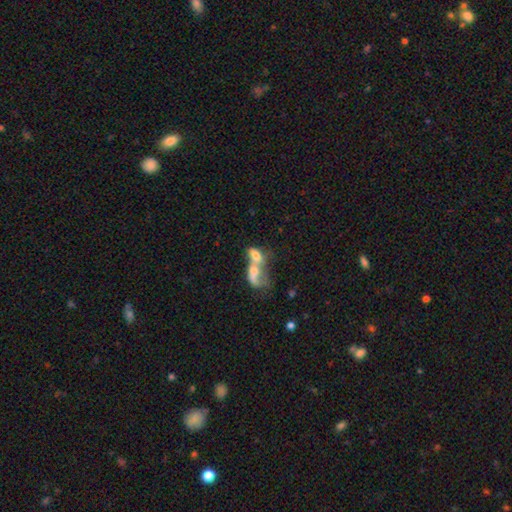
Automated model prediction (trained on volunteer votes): smooth 56%, featured or disk 34%, star or artifact 10%. Down the decision tree: how rounded — in between (78%); merging — merger (80%).